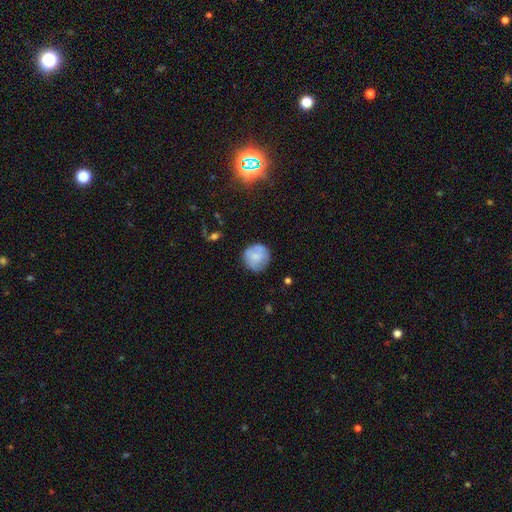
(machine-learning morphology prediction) type=smooth (68%); roundness=round (93%); merging=none (76%).